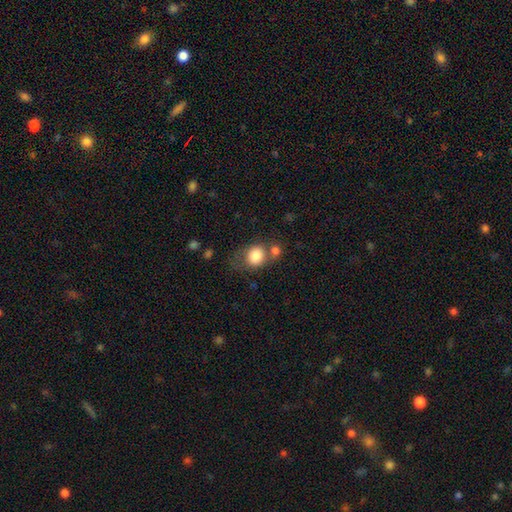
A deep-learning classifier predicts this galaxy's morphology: Smooth or featured?
  - smooth: 83% *
  - featured or disk: 9%
  - star or artifact: 8%
How rounded?
  - round: 60% *
  - in between: 39%
  - cigar-shaped: 1%
Merging?
  - none: 44% *
  - merger: 29%
  - minor disturbance: 18%
  - major disturbance: 10%